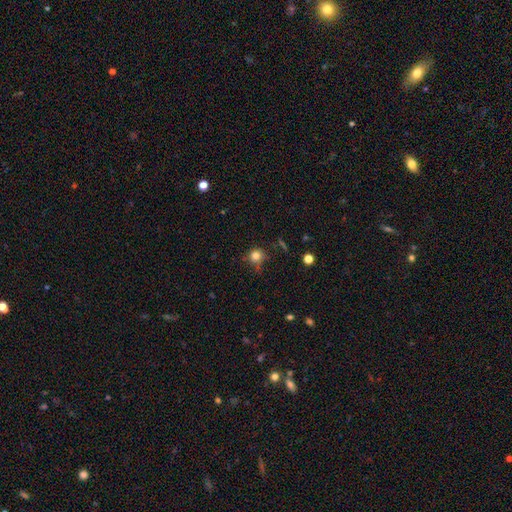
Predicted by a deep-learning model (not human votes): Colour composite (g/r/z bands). It shows a smooth galaxy with no disk features (78%) that is round (89%). Merging: none (68%).